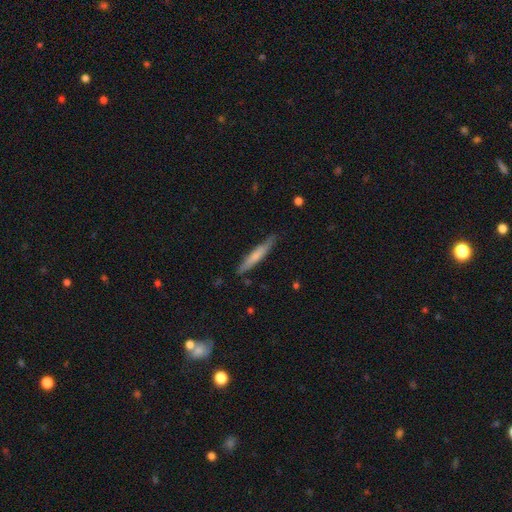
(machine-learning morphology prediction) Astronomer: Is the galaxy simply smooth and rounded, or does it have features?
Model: smooth — 61%.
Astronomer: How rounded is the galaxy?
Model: cigar-shaped — 93%.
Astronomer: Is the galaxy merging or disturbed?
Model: none — 79%.